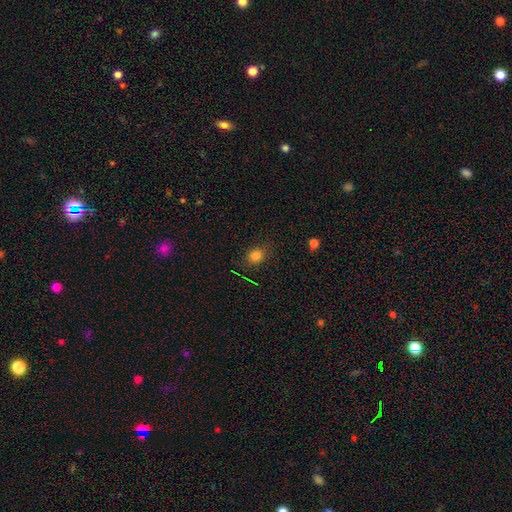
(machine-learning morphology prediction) Smooth or featured: smooth — 79% (star or artifact — 15%)
How rounded: round — 63% (in between — 36%)
Merging: none — 81% (minor disturbance — 13%)